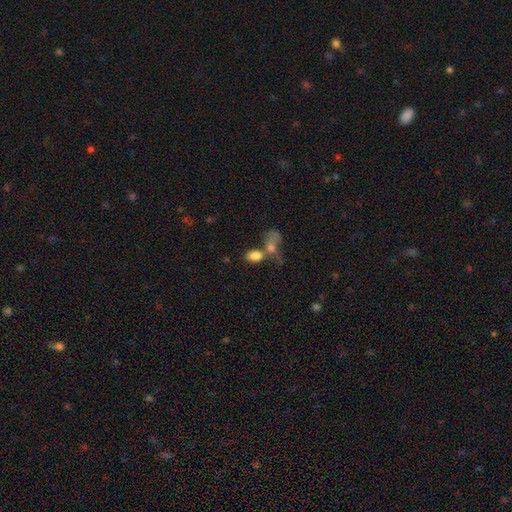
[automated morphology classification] Smooth or featured: smooth — 79% (featured or disk — 12%)
How rounded: in between — 82% (round — 16%)
Merging: merger — 55% (none — 26%)